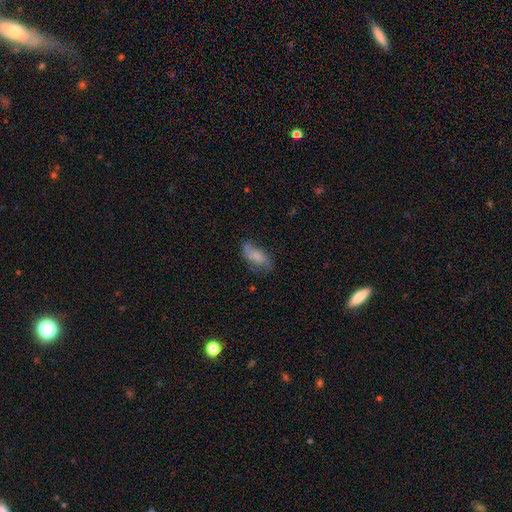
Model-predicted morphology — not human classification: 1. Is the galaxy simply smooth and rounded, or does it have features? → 58% smooth, 33% featured or disk, 9% star or artifact.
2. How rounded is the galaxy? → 82% in between, 14% cigar-shaped, 4% round.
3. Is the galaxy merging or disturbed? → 51% none, 29% minor disturbance, 15% major disturbance, 6% merger.